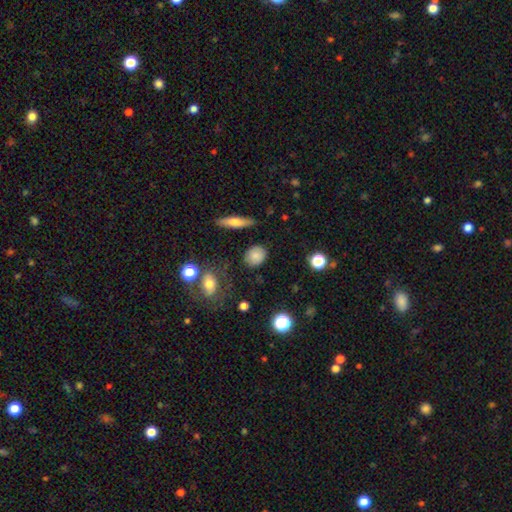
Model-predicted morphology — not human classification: smooth 82%, star or artifact 10%, featured or disk 8%. Down the decision tree: how rounded — round (63%); merging — none (82%).